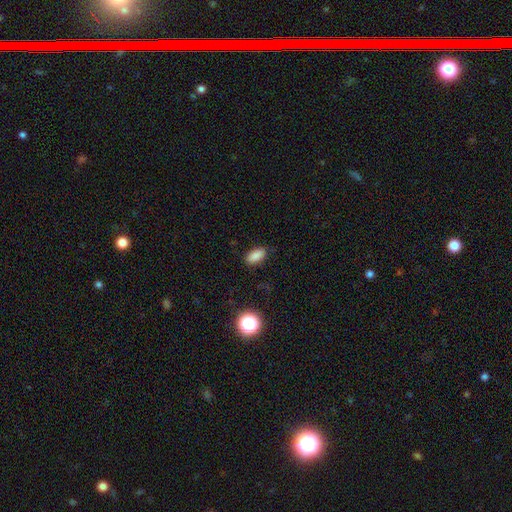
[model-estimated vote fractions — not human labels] smooth_or_featured: smooth (p=0.86) [alt: star or artifact p=0.10]
how_rounded: in between (p=0.91) [alt: round p=0.05]
merging: none (p=0.87) [alt: minor disturbance p=0.09]